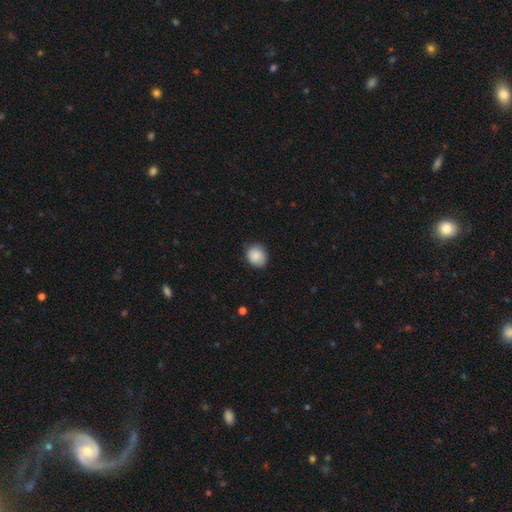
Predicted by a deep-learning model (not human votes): Q: Smooth or featured?
A: smooth (88%); runner-up: star or artifact (7%)
Q: How rounded?
A: round (64%); runner-up: in between (35%)
Q: Merging?
A: none (79%); runner-up: minor disturbance (17%)